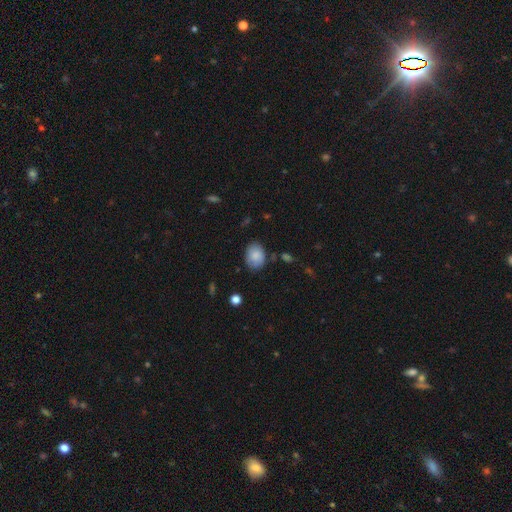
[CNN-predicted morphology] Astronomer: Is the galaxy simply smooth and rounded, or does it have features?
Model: smooth — 85%.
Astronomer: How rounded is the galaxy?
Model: in between — 62%.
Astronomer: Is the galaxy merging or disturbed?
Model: none — 75%.